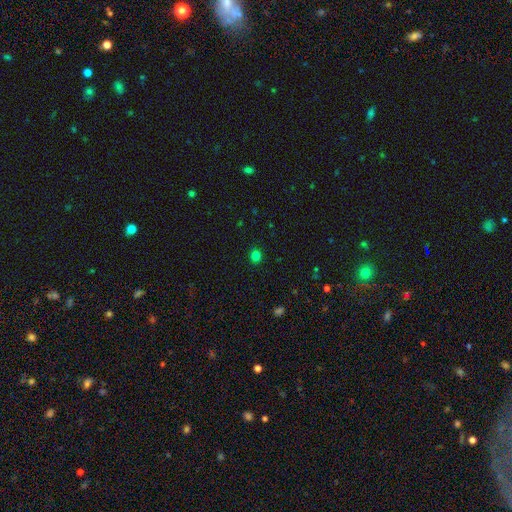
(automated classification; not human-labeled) A smooth galaxy with no disk features (80%) that is round (80%).

Vote fractions:
- Smooth or featured? smooth: 80% / star or artifact: 16% / featured or disk: 4%
- How rounded? round: 80% / in between: 19% / cigar-shaped: 1%
- Merging? none: 91% / minor disturbance: 6% / major disturbance: 2% / merger: 1%